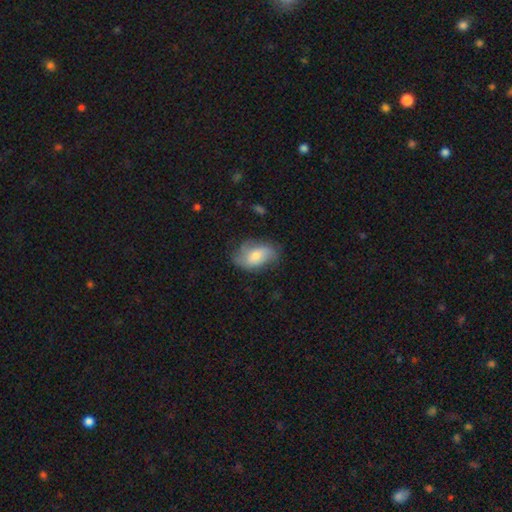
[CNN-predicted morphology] This is possibly a smooth galaxy (54%). How rounded: clearly in between (87%). Merging: likely none (61%).